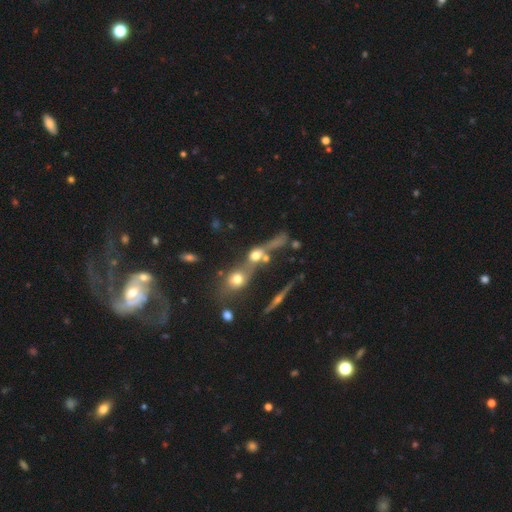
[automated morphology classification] Smooth or featured: smooth — 50% (featured or disk — 31%)
How rounded: round — 54% (in between — 31%)
Merging: merger — 59% (none — 24%)